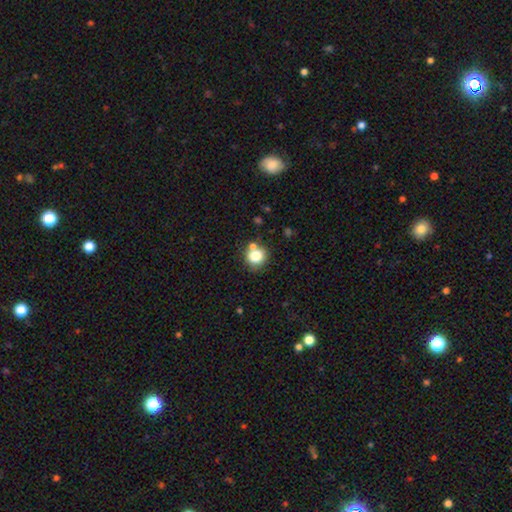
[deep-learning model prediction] Q: Smooth or featured?
A: smooth (81%); runner-up: star or artifact (12%)
Q: How rounded?
A: round (88%); runner-up: in between (11%)
Q: Merging?
A: none (69%); runner-up: merger (17%)